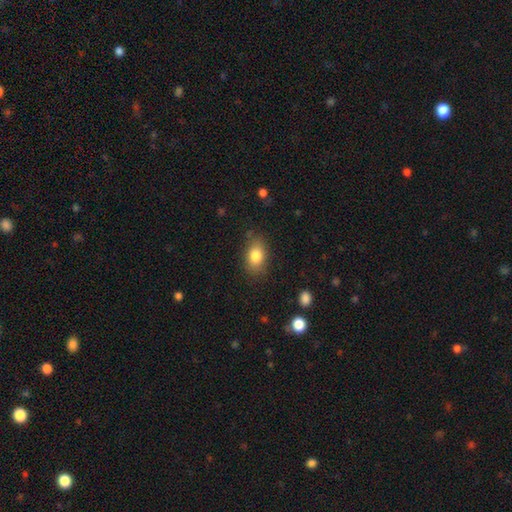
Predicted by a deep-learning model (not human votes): A smooth galaxy with no disk features (82%) that is in between round and cigar-shaped (82%). Merging: none (80%).